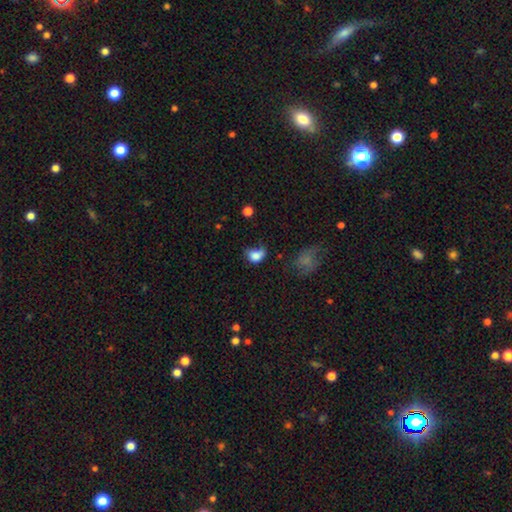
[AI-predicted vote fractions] Smooth or featured?
  - smooth: 79% *
  - featured or disk: 11%
  - star or artifact: 10%
How rounded?
  - in between: 63% *
  - round: 36%
  - cigar-shaped: 1%
Merging?
  - minor disturbance: 36% *
  - none: 30%
  - major disturbance: 26%
  - merger: 8%